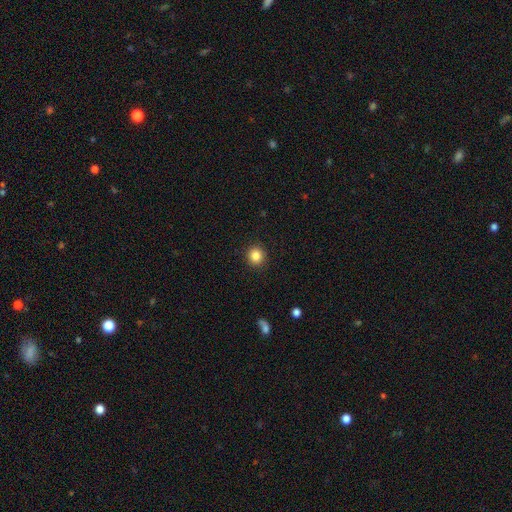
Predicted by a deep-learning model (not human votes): Q: Smooth or featured?
A: smooth (85%); runner-up: star or artifact (11%)
Q: How rounded?
A: round (92%); runner-up: in between (8%)
Q: Merging?
A: none (92%); runner-up: minor disturbance (5%)